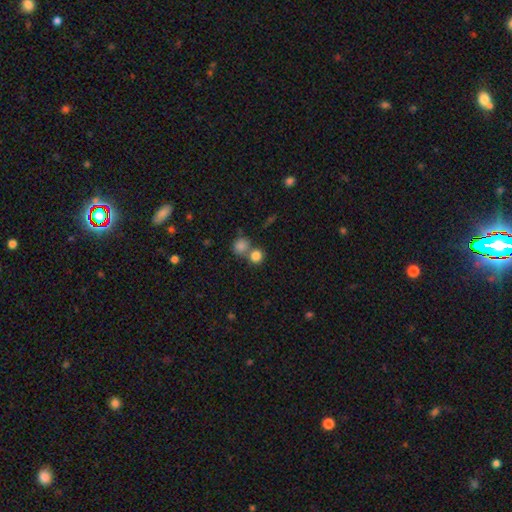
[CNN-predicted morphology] smooth_or_featured: smooth (p=0.82) [alt: star or artifact p=0.11]
how_rounded: round (p=0.86) [alt: in between p=0.13]
merging: none (p=0.54) [alt: merger p=0.36]